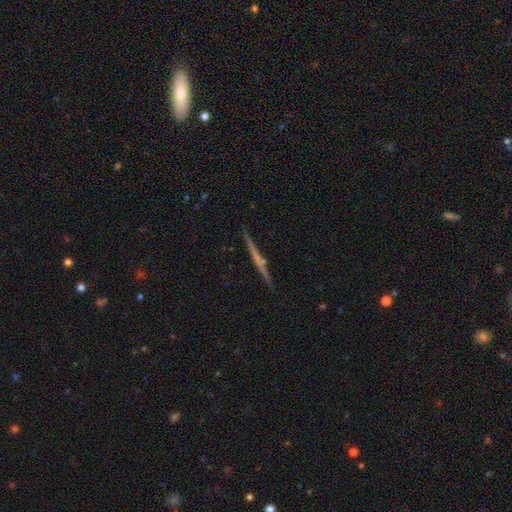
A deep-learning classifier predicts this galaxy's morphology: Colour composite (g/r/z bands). It shows a featured or disk galaxy (67%) viewed edge-on (98%) with no central bulge (70%). Merging: none (90%).